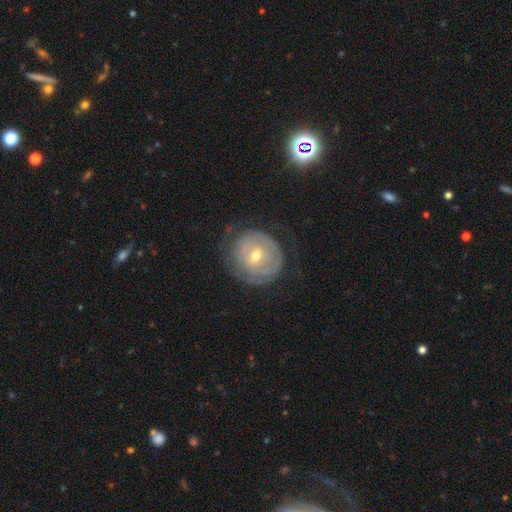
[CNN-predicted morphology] The model was most divided on "bulge size": moderate: 51%, small: 45%, large: 2%, none: 1%, dominant: 1%. Remaining: edge-on disk — no (96%); merging — none (70%); smooth or featured — featured or disk (63%); spiral arms — yes (62%); bar — no (47%).